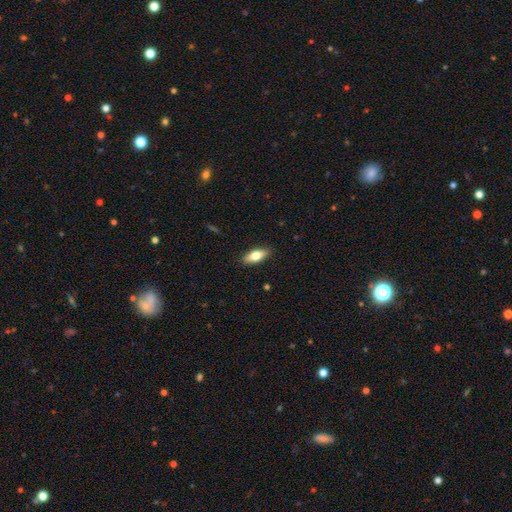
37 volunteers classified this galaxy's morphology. type=smooth (70%); roundness=in between (81%); merging=none (92%).